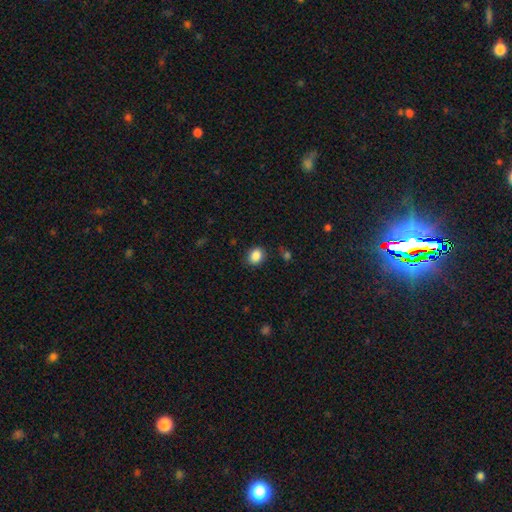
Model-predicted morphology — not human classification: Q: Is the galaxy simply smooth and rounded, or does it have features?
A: smooth — 87%.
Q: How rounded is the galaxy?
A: in between — 52%.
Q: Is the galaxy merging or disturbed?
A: none — 84%.